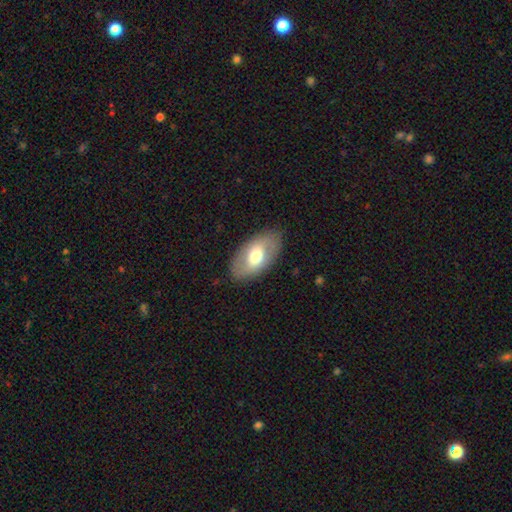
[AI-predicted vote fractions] Smooth or featured? Predicted: smooth (p=0.57). How rounded? Predicted: in between (p=0.92). Merging? Predicted: none (p=0.84).